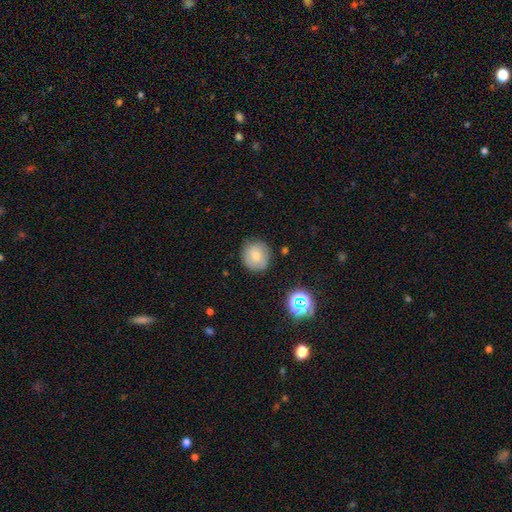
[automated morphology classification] A smooth galaxy with no disk features (74%) that is round (90%).

Vote fractions:
- Smooth or featured? smooth: 74% / featured or disk: 16% / star or artifact: 11%
- How rounded? round: 90% / in between: 9% / cigar-shaped: 1%
- Merging? none: 82% / minor disturbance: 13% / major disturbance: 3% / merger: 2%